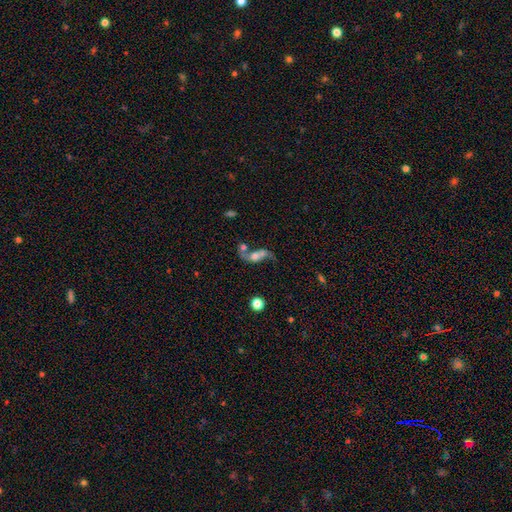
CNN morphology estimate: type=featured or disk (61%); edge-on=no (91%); bar=no (66%); spiral arms=yes (77%); bulge=moderate (42%); merging=merger (46%).